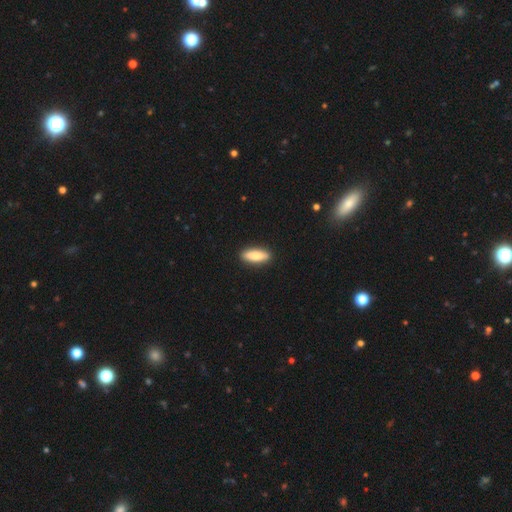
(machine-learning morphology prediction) A smooth galaxy with no disk features (83%) that is in between round and cigar-shaped (57%). Merging: none (90%).